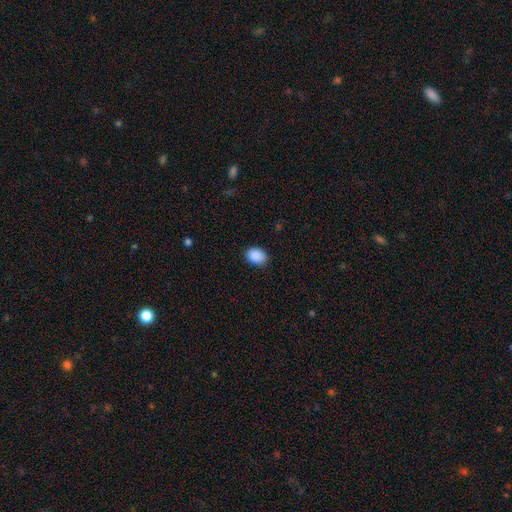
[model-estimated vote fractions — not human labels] Smooth or featured? smooth (90%)
How rounded? in between (71%)
Merging? none (83%)